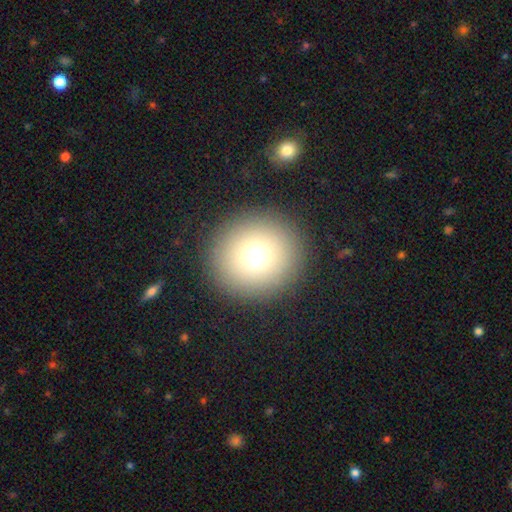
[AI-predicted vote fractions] Smooth or featured? Predicted: smooth (p=0.74). How rounded? Predicted: round (p=0.93). Merging? Predicted: none (p=0.90).